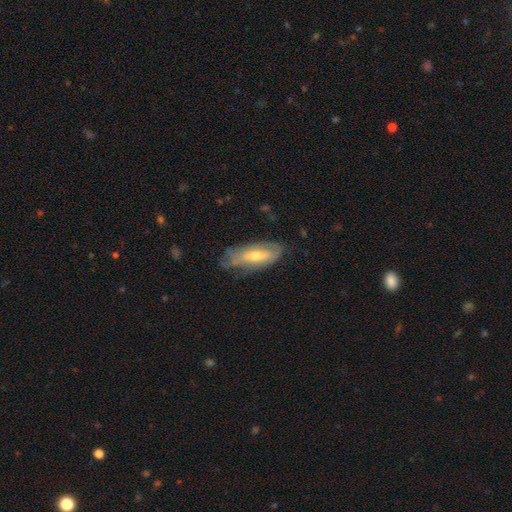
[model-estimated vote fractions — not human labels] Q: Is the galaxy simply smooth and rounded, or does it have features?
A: featured or disk — 52%.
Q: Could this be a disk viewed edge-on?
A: no — 76%.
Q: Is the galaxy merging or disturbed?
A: none — 57%.